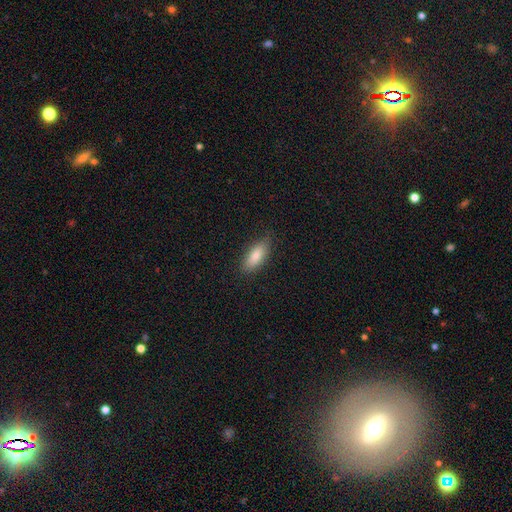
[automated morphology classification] smooth-or-featured: smooth: 82% | featured or disk: 11% | star or artifact: 6%
  how-rounded: in between: 76% | cigar-shaped: 21% | round: 2%
  merging: none: 81% | minor disturbance: 15% | major disturbance: 3% | merger: 1%